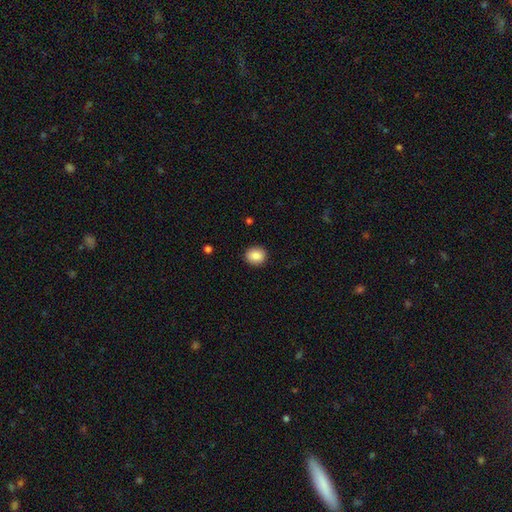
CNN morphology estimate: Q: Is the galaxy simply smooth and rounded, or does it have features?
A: smooth — 87%.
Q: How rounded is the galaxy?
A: round — 74%.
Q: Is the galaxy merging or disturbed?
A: none — 91%.